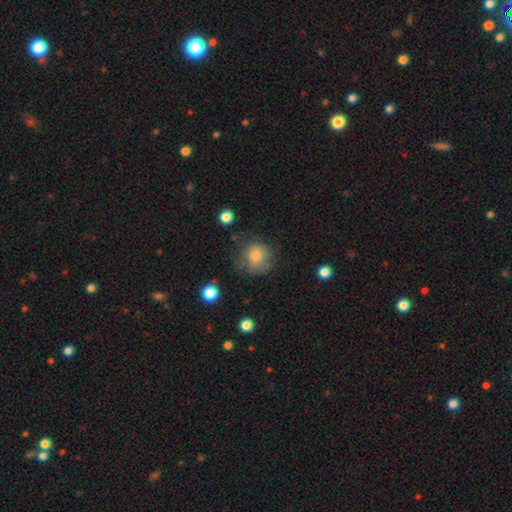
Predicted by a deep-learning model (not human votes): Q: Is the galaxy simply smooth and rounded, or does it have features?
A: smooth — 76%.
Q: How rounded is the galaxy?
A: round — 86%.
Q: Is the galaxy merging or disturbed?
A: none — 65%.